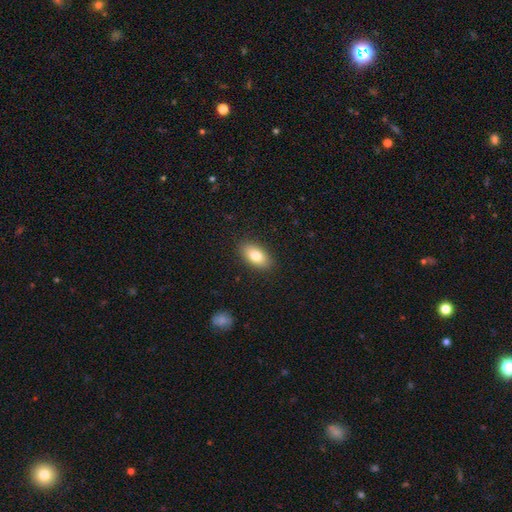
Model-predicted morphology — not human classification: Smooth or featured? Predicted: smooth (p=0.79). How rounded? Predicted: in between (p=0.91). Merging? Predicted: none (p=0.89).